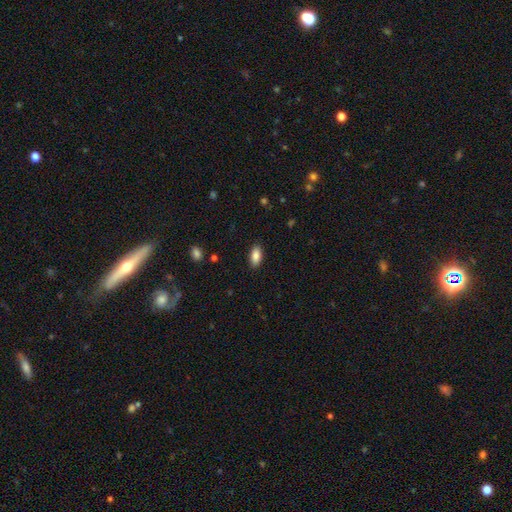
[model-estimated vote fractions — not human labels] This is clearly a smooth galaxy (86%). How rounded: clearly in between (90%). Merging: clearly none (88%).